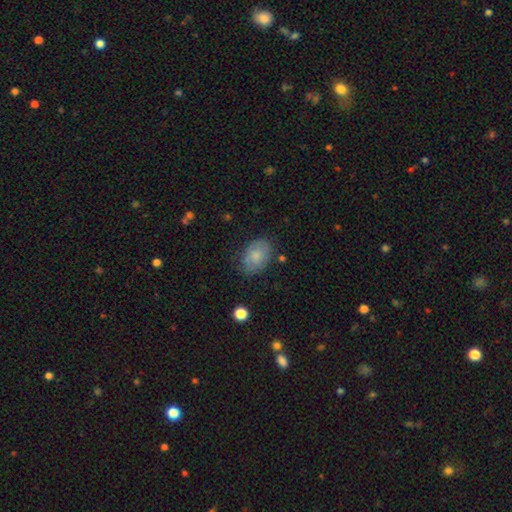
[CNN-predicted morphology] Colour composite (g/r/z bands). It shows a smooth galaxy with no disk features (73%) that is in between round and cigar-shaped (84%). Merging: none (73%).